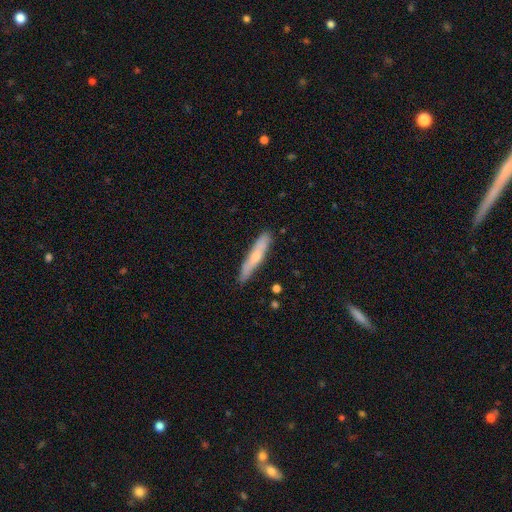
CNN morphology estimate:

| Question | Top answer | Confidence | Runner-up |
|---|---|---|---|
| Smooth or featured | smooth | 55% | featured or disk (39%) |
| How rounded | cigar-shaped | 91% | in between (8%) |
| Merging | none | 86% | minor disturbance (11%) |